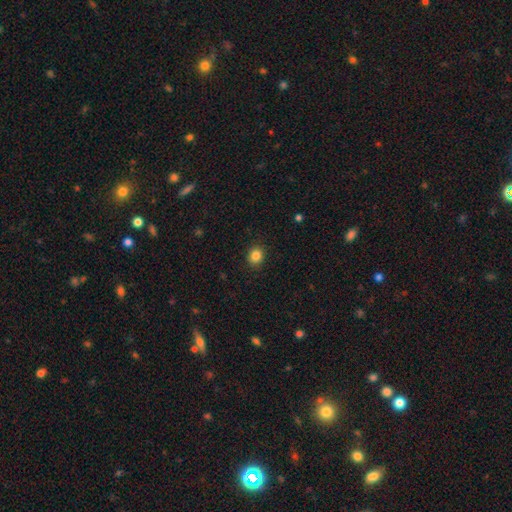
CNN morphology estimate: This appears to be a smooth galaxy with no disk features (85%) that is round (72%). Merging: none (90%).